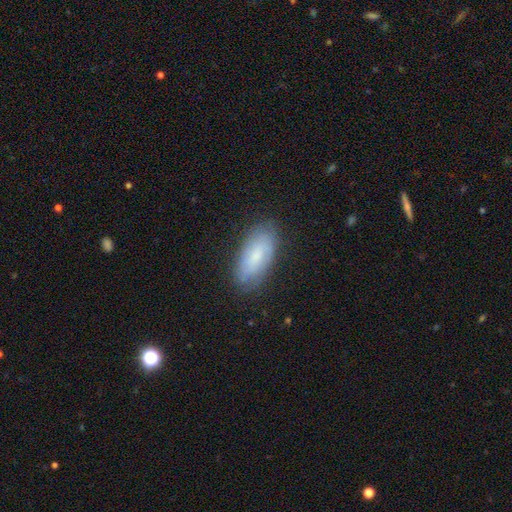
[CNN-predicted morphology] type=smooth (65%); roundness=in between (87%); merging=none (82%).